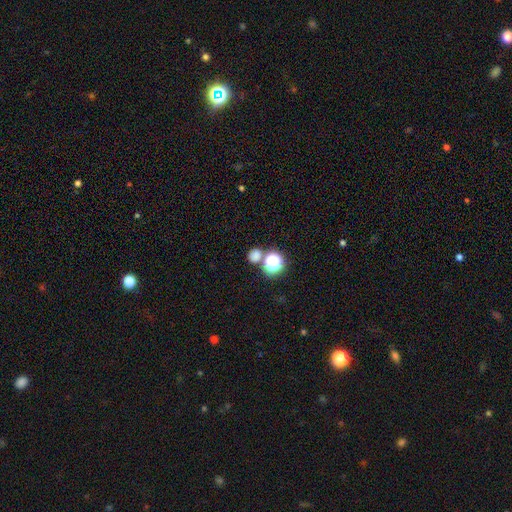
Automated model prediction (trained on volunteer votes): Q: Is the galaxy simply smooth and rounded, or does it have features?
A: smooth — 71%.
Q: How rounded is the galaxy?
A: round — 79%.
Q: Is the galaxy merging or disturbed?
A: none — 64%.